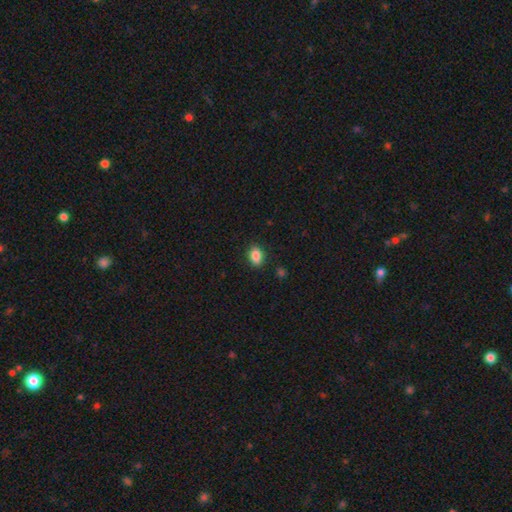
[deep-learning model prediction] smooth-or-featured: smooth: 87% | star or artifact: 9% | featured or disk: 4%
  how-rounded: in between: 79% | round: 19% | cigar-shaped: 2%
  merging: none: 86% | minor disturbance: 10% | major disturbance: 2% | merger: 1%